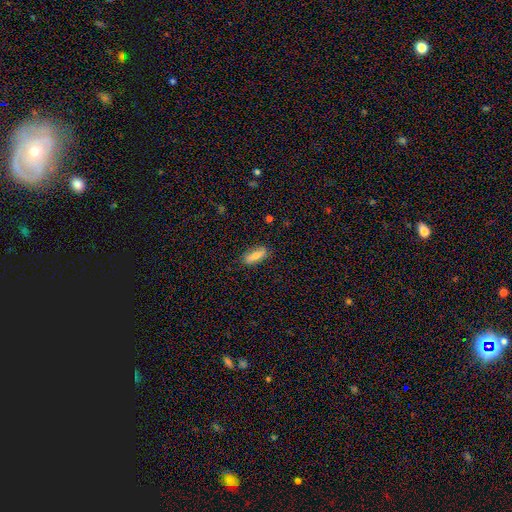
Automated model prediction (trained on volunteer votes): Q: Smooth or featured?
A: smooth (68%); runner-up: featured or disk (24%)
Q: How rounded?
A: in between (57%); runner-up: cigar-shaped (40%)
Q: Merging?
A: none (84%); runner-up: minor disturbance (12%)